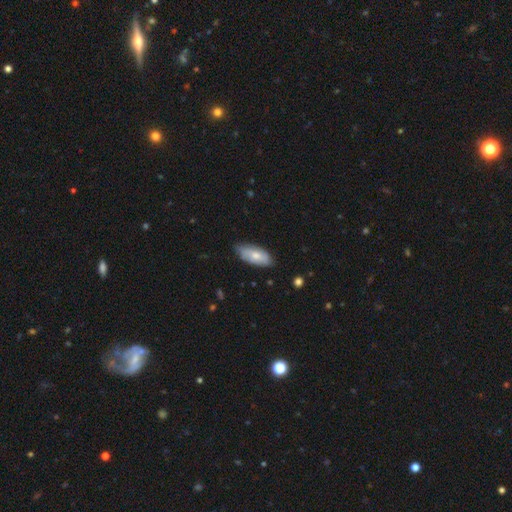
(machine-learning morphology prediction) The model was most divided on "smooth or featured": smooth: 68%, featured or disk: 27%, star or artifact: 6%. More confident: how rounded — in between (87%); merging — none (72%).